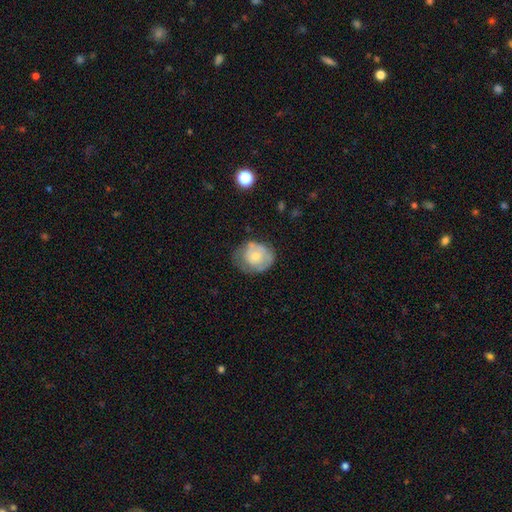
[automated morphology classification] type=smooth (54%); roundness=round (65%); merging=none (48%).